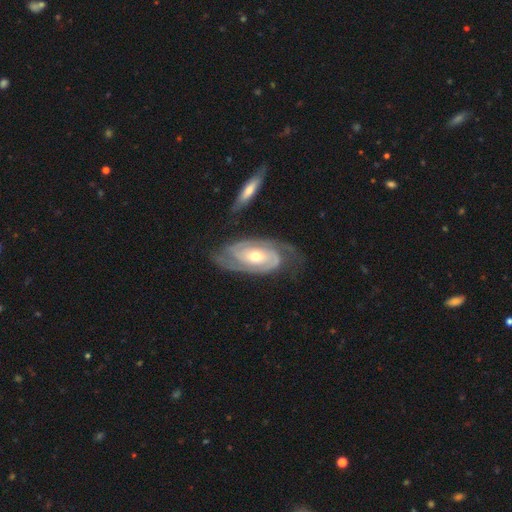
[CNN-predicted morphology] Smooth or featured? featured or disk (89%)
Edge-on disk? no (95%)
Bar? no (59%)
Spiral arms? yes (97%)
Spiral winding? tight (68%)
Spiral arm count? 2 (73%)
Bulge size? moderate (60%)
Merging? none (69%)